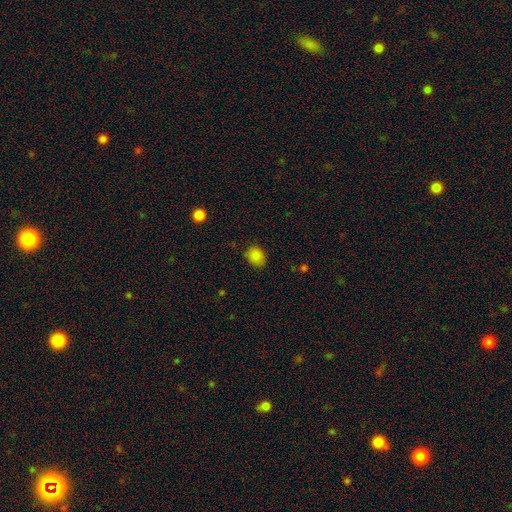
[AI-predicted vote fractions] smooth 85%, star or artifact 11%, featured or disk 4%. Down the decision tree: how rounded — round (50%); merging — none (80%).